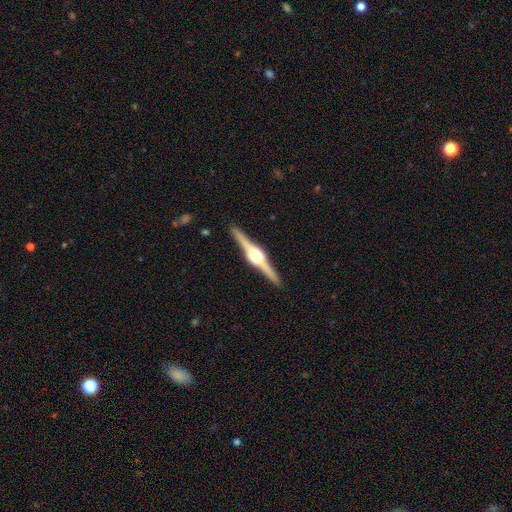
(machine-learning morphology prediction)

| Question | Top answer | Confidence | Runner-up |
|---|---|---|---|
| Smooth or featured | featured or disk | 89% | smooth (7%) |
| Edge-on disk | yes | 98% | no (2%) |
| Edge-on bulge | rounded | 91% | boxy (7%) |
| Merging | none | 92% | minor disturbance (6%) |